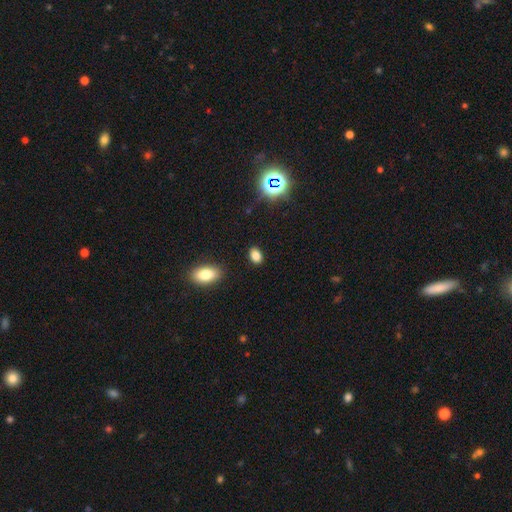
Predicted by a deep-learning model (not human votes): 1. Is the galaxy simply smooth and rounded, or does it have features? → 81% smooth, 14% star or artifact, 5% featured or disk.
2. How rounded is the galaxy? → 84% in between, 15% round, 2% cigar-shaped.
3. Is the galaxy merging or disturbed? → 88% none, 8% minor disturbance, 2% major disturbance, 2% merger.